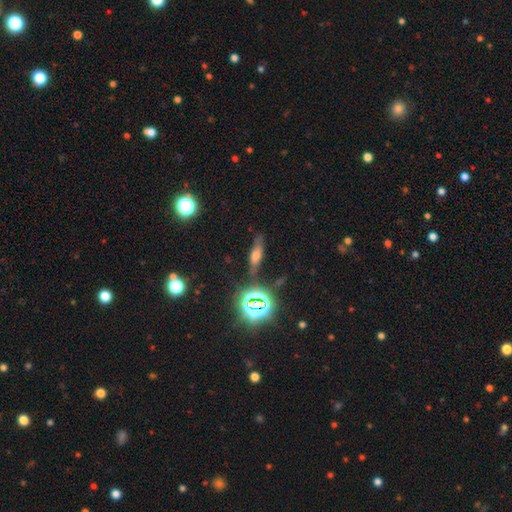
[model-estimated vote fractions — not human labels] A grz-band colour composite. It shows a smooth galaxy with no disk features (47%). Merging: none (76%).